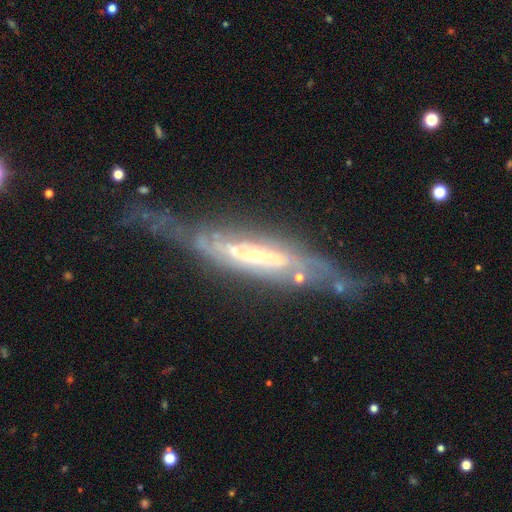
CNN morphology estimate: Q: Smooth or featured?
A: featured or disk (81%); runner-up: smooth (11%)
Q: Edge-on disk?
A: yes (53%); runner-up: no (47%)
Q: Merging?
A: none (52%); runner-up: minor disturbance (25%)